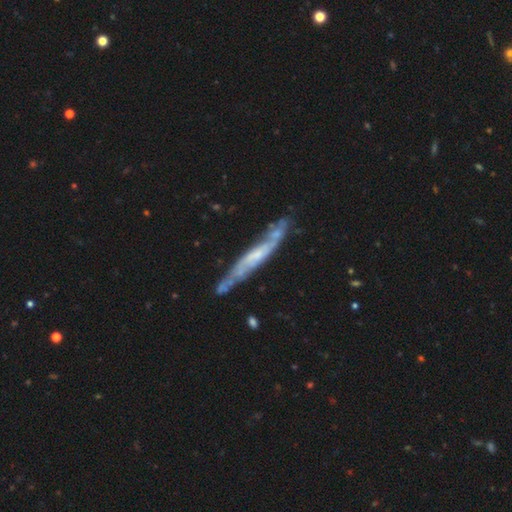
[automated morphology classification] The model was most divided on "edge-on disk": yes: 62%, no: 38%. More confident: smooth or featured — featured or disk (72%); merging — none (66%).